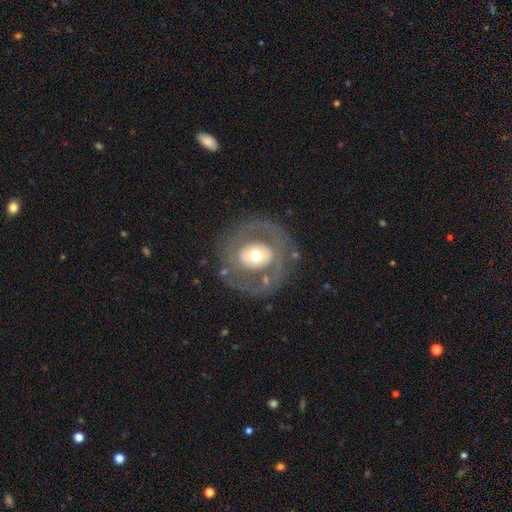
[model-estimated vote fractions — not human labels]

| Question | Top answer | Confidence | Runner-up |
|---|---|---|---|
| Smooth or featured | featured or disk | 65% | smooth (29%) |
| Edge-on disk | no | 96% | yes (4%) |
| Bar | no | 70% | weak (19%) |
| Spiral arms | no | 60% | yes (40%) |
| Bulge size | moderate | 60% | large (23%) |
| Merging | none | 74% | minor disturbance (12%) |